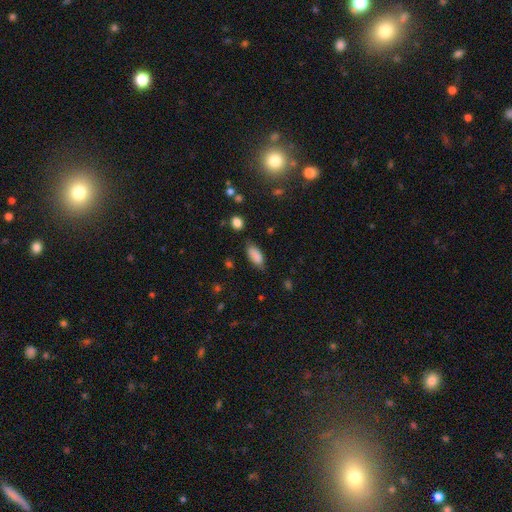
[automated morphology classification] Smooth or featured? Predicted: smooth (p=0.87). How rounded? Predicted: in between (p=0.86). Merging? Predicted: none (p=0.74).